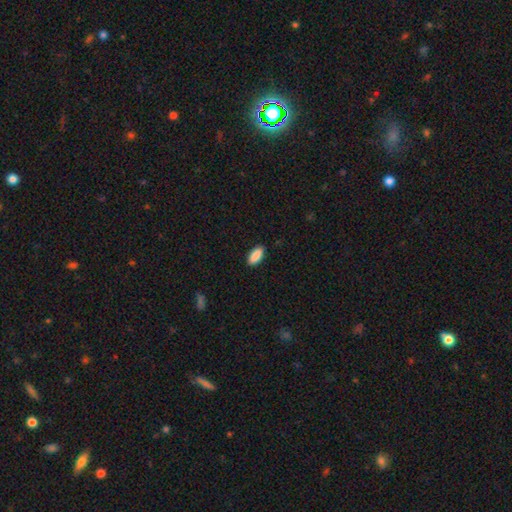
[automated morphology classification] The model was most divided on "how rounded": in between: 85%, cigar-shaped: 13%, round: 2%. More confident: smooth or featured — smooth (90%); merging — none (89%).